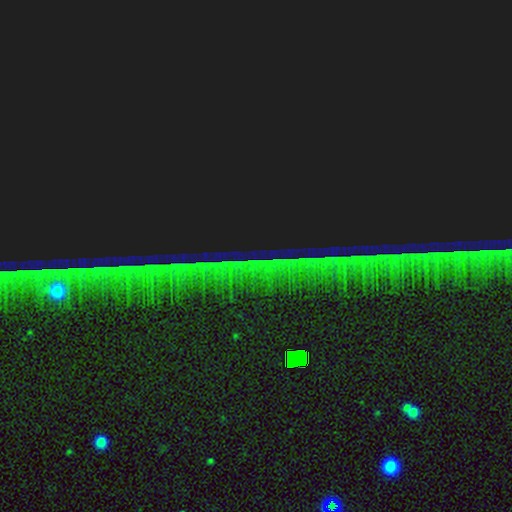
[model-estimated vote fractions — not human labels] Smooth or featured: star or artifact — 85% (featured or disk — 8%)